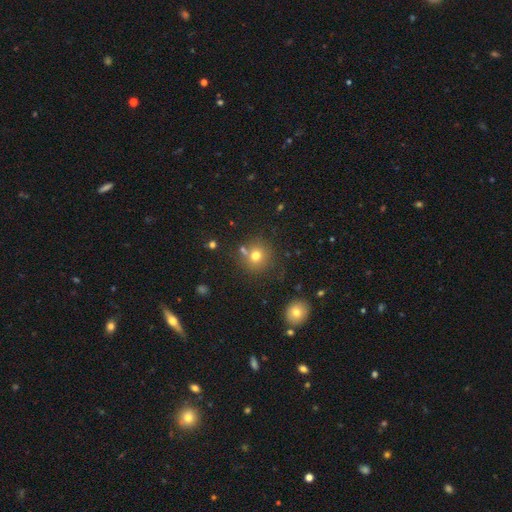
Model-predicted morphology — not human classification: Smooth or featured? Predicted: smooth (p=0.72). How rounded? Predicted: round (p=0.89). Merging? Predicted: none (p=0.72).